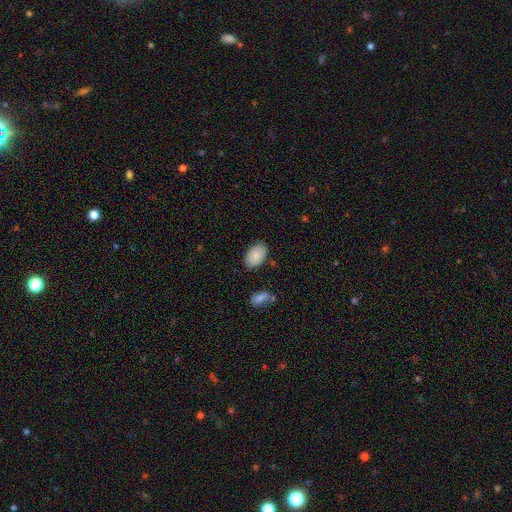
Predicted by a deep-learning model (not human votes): Q: Smooth or featured?
A: smooth (87%); runner-up: featured or disk (7%)
Q: How rounded?
A: in between (93%); runner-up: round (6%)
Q: Merging?
A: none (83%); runner-up: minor disturbance (12%)